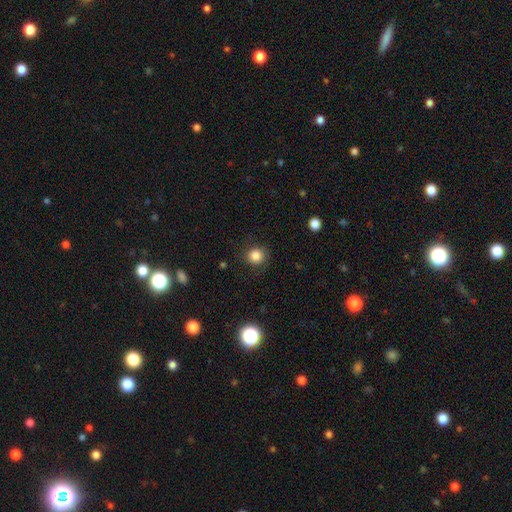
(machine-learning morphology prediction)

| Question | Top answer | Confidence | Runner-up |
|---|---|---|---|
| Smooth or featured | smooth | 84% | star or artifact (11%) |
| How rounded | round | 90% | in between (9%) |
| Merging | none | 85% | minor disturbance (10%) |